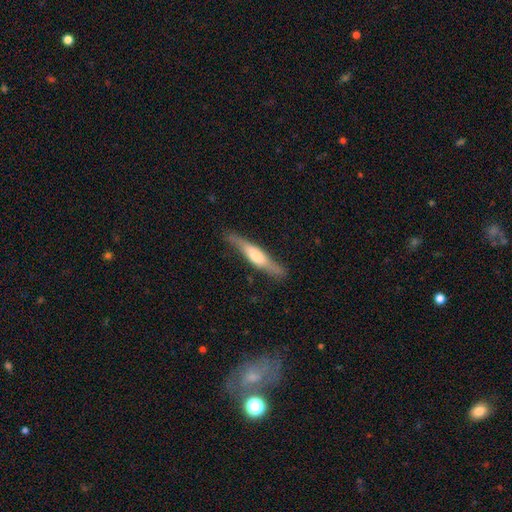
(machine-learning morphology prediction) featured or disk 53%, smooth 42%, star or artifact 5%. Down the decision tree: edge-on disk — yes (88%); merging — none (79%).